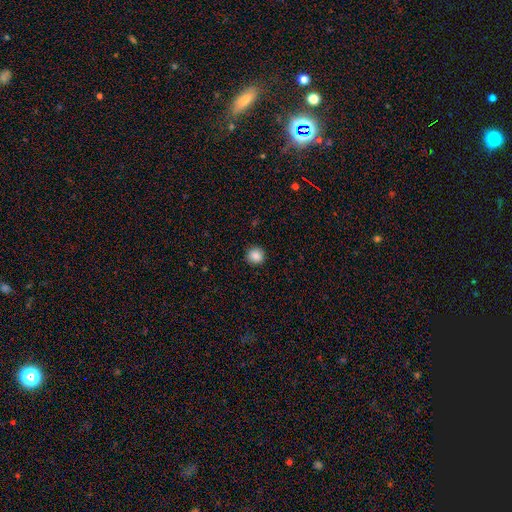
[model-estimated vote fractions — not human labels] Smooth or featured?
  - smooth: 88% *
  - star or artifact: 10%
  - featured or disk: 3%
How rounded?
  - round: 93% *
  - in between: 6%
  - cigar-shaped: 1%
Merging?
  - none: 92% *
  - minor disturbance: 6%
  - major disturbance: 2%
  - merger: 1%